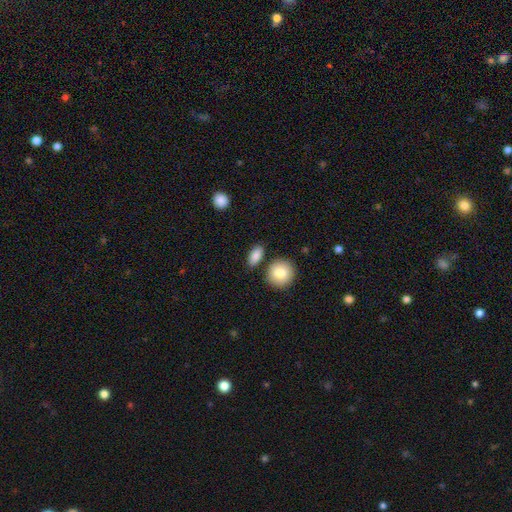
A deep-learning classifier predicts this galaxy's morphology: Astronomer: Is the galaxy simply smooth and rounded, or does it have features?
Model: smooth — 86%.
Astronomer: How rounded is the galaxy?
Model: in between — 81%.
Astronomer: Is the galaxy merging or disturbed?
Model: none — 78%.